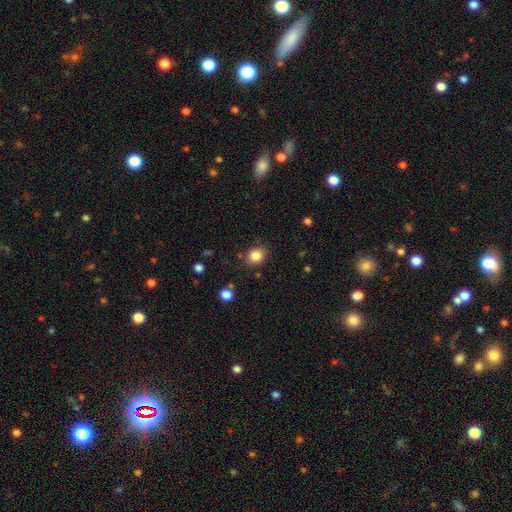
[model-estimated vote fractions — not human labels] Smooth or featured? smooth (84%)
How rounded? round (66%)
Merging? none (82%)